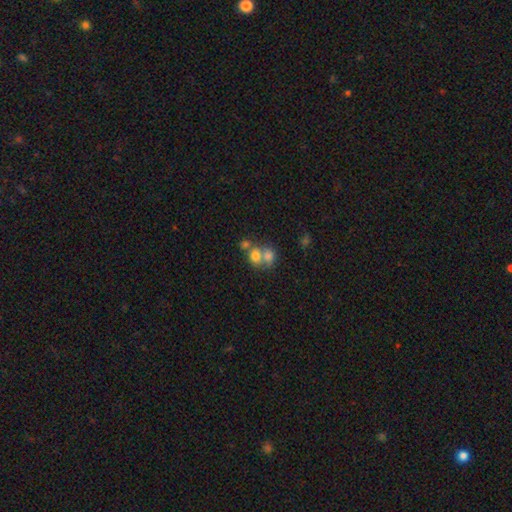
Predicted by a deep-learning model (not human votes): smooth 72%, featured or disk 16%, star or artifact 12%. Down the decision tree: how rounded — round (63%); merging — merger (59%).